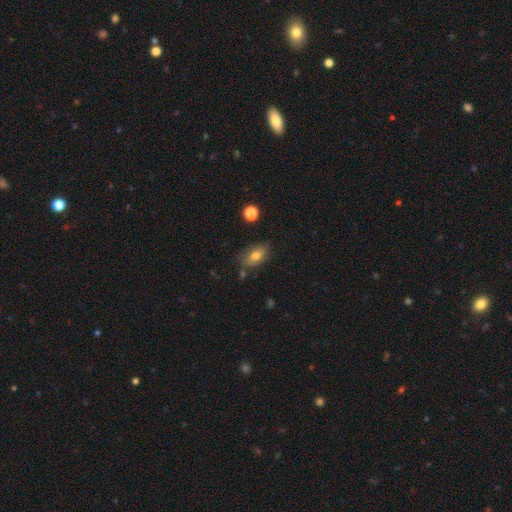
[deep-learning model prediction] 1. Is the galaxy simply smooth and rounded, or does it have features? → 75% smooth, 16% featured or disk, 9% star or artifact.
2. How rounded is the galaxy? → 87% in between, 8% round, 5% cigar-shaped.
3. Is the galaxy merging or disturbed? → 72% none, 19% minor disturbance, 5% merger, 4% major disturbance.